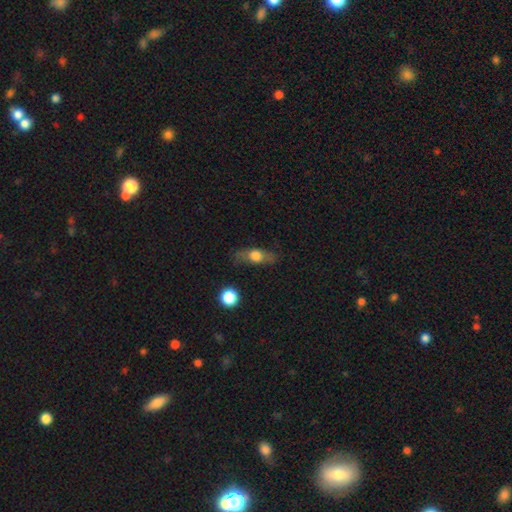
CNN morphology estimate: Smooth or featured?
  - smooth: 53% *
  - featured or disk: 39%
  - star or artifact: 9%
How rounded?
  - in between: 52% *
  - cigar-shaped: 33%
  - round: 15%
Merging?
  - none: 73% *
  - minor disturbance: 17%
  - major disturbance: 7%
  - merger: 2%